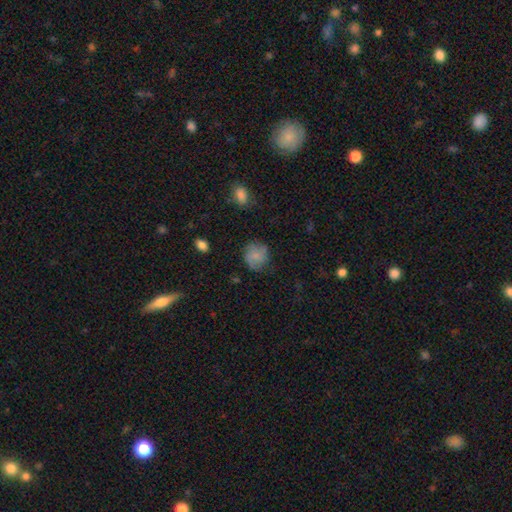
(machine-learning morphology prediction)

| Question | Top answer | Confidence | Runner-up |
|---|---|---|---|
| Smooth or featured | smooth | 73% | featured or disk (18%) |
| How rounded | round | 82% | in between (17%) |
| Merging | none | 72% | minor disturbance (20%) |